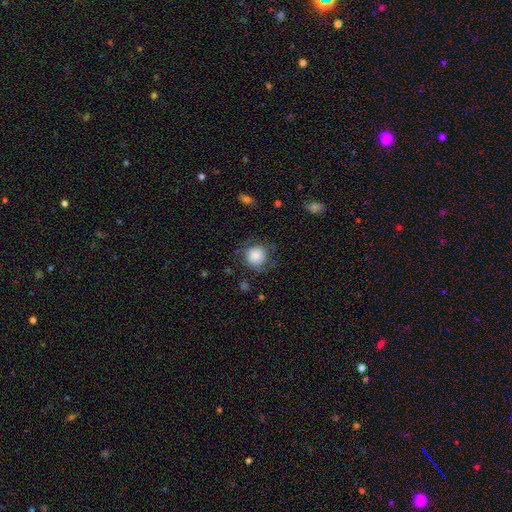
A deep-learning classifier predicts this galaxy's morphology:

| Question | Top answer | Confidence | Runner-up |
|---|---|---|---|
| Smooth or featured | smooth | 77% | featured or disk (14%) |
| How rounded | round | 89% | in between (10%) |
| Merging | none | 69% | minor disturbance (19%) |